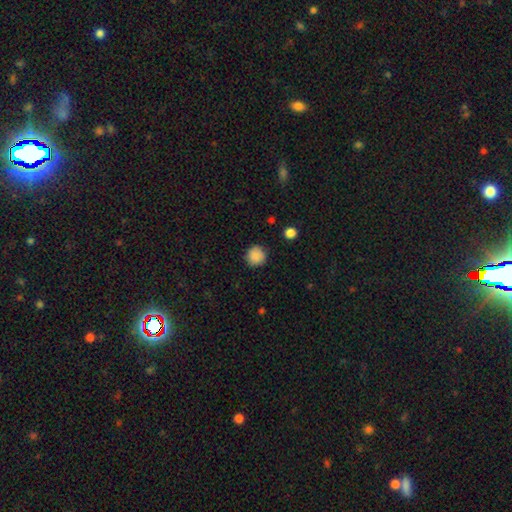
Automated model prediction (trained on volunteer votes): The model was most divided on "merging": none: 87%, minor disturbance: 10%, major disturbance: 3%, merger: 1%. More confident: how rounded — round (93%); smooth or featured — smooth (87%).